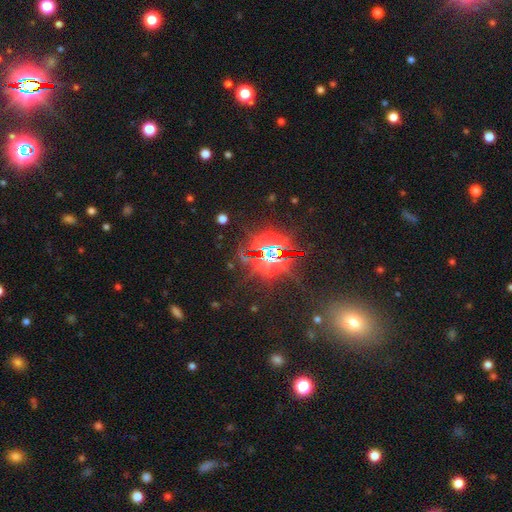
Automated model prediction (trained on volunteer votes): Overall: star or artifact (82%).